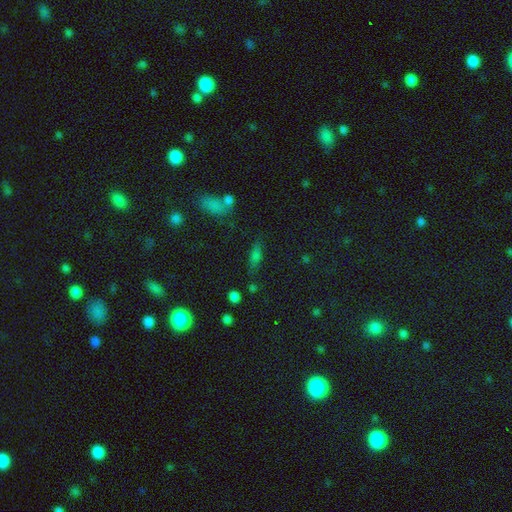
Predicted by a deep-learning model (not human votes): The model was most divided on "how rounded": in between: 61%, cigar-shaped: 32%, round: 7%. More confident: merging — none (71%); smooth or featured — smooth (65%).